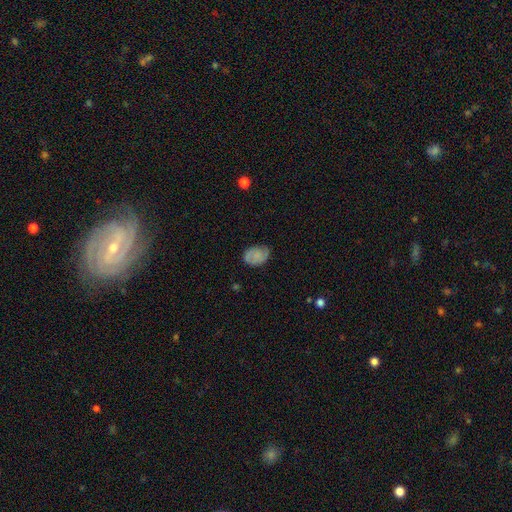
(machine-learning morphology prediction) A smooth galaxy with no disk features (63%) that is in between round and cigar-shaped (74%). Merging: none (66%).